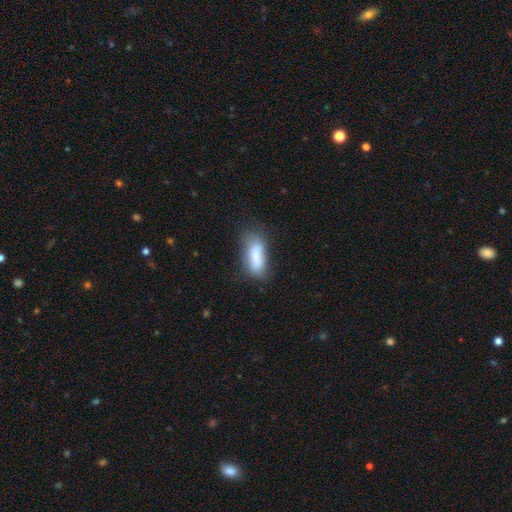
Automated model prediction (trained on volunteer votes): Overall: smooth (78%). How rounded: in between (76%). Merging: none (54%; minor disturbance 29%).